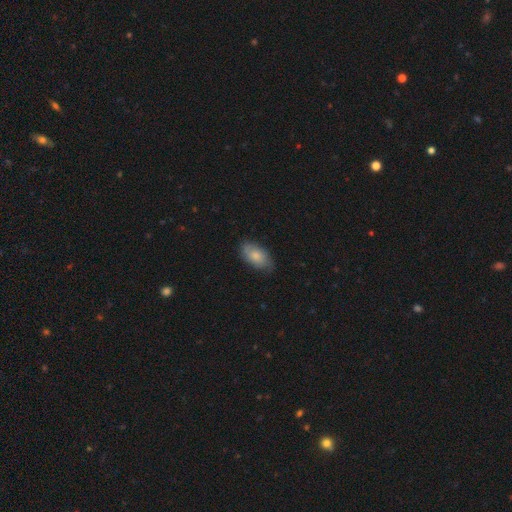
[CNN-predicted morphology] smooth_or_featured: smooth (p=0.73) [alt: featured or disk p=0.21]
how_rounded: in between (p=0.93) [alt: round p=0.05]
merging: none (p=0.74) [alt: minor disturbance p=0.21]